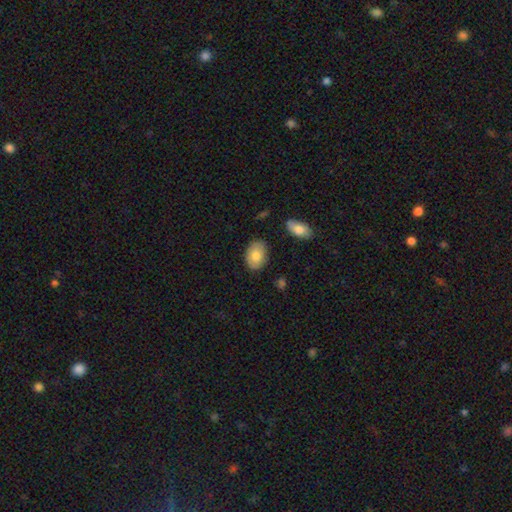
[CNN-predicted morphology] Q: Smooth or featured?
A: smooth (80%); runner-up: featured or disk (14%)
Q: How rounded?
A: in between (85%); runner-up: round (14%)
Q: Merging?
A: none (81%); runner-up: minor disturbance (15%)